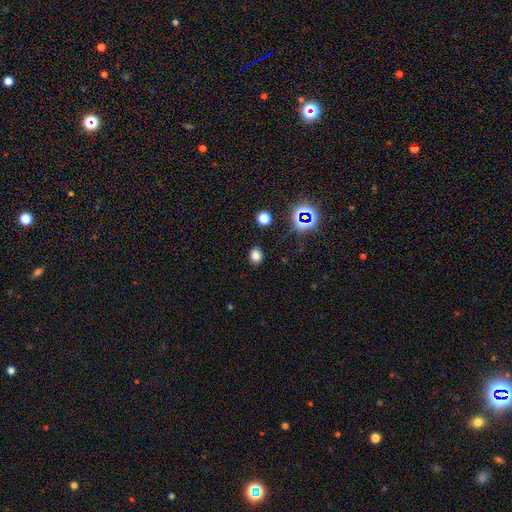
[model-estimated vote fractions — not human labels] A smooth galaxy with no disk features (76%) that is round (52%). Merging: none (87%).